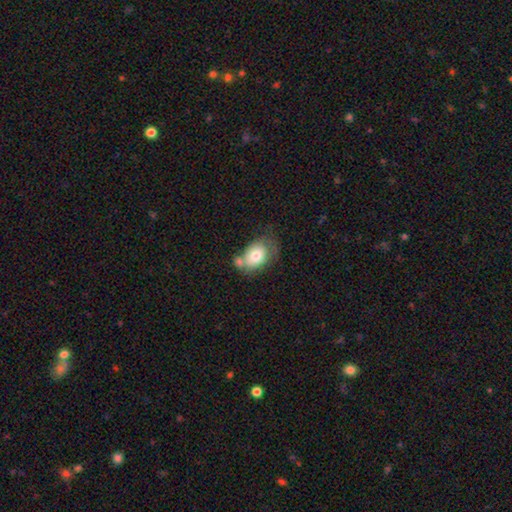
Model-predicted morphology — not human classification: Q: Smooth or featured?
A: smooth (72%); runner-up: featured or disk (21%)
Q: How rounded?
A: in between (78%); runner-up: round (21%)
Q: Merging?
A: none (38%); runner-up: merger (29%)